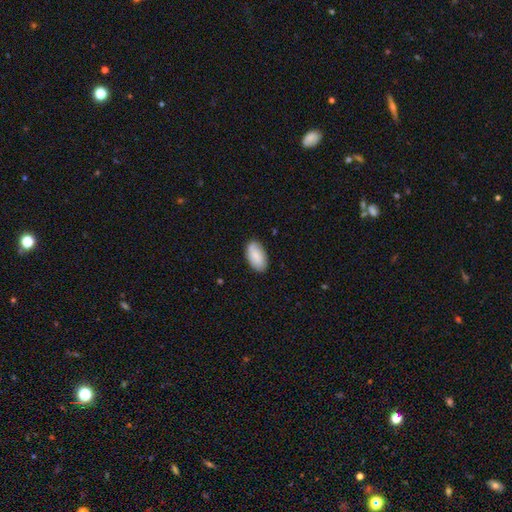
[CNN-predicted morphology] Q: Smooth or featured?
A: smooth (81%); runner-up: featured or disk (13%)
Q: How rounded?
A: in between (95%); runner-up: round (3%)
Q: Merging?
A: none (83%); runner-up: minor disturbance (13%)